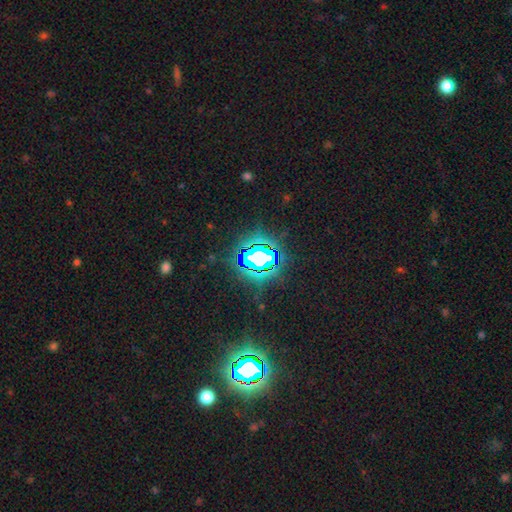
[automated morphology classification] Q: Smooth or featured?
A: star or artifact (79%); runner-up: smooth (11%)